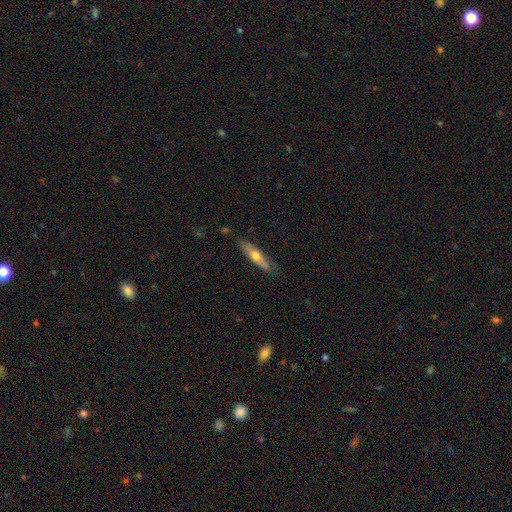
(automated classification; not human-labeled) The model was most divided on "smooth or featured": smooth: 53%, featured or disk: 41%, star or artifact: 6%. More confident: merging — none (79%); how rounded — cigar-shaped (77%).